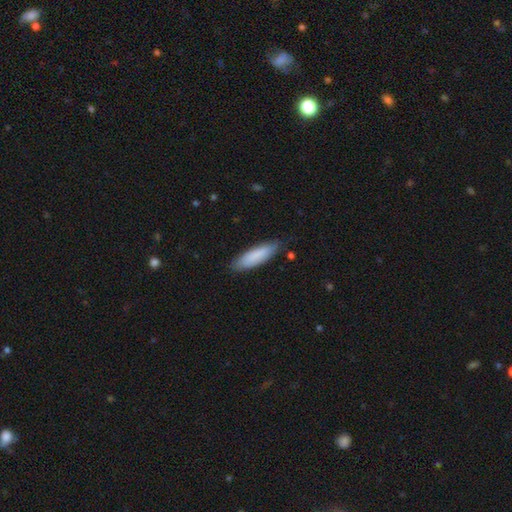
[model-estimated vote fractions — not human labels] smooth 85%, featured or disk 10%, star or artifact 5%. Down the decision tree: how rounded — cigar-shaped (60%); merging — none (83%).